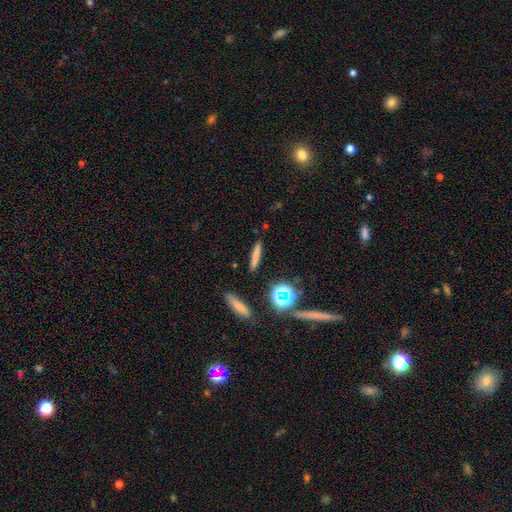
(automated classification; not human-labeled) This appears to be a smooth galaxy with no disk features (73%) that is cigar-shaped (89%). Merging: none (88%).